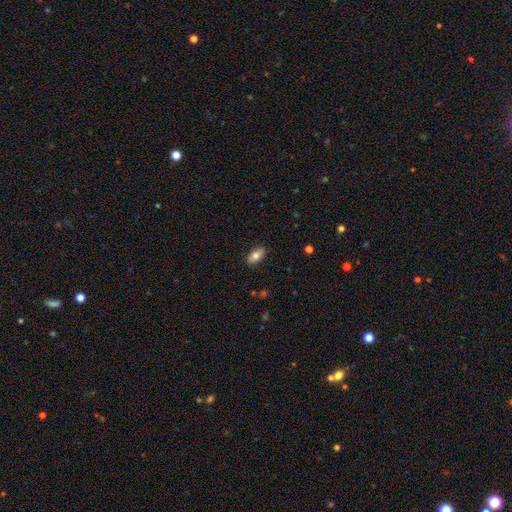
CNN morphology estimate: A smooth galaxy with no disk features (73%) that is in between round and cigar-shaped (88%).

Vote fractions:
- Smooth or featured? smooth: 73% / featured or disk: 20% / star or artifact: 7%
- How rounded? in between: 88% / cigar-shaped: 8% / round: 4%
- Merging? none: 87% / minor disturbance: 10% / major disturbance: 2% / merger: 1%